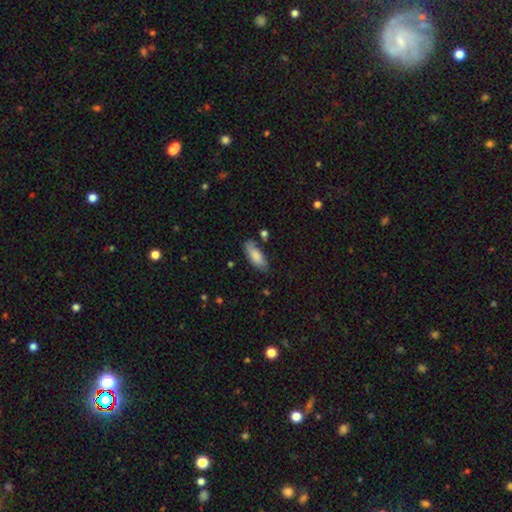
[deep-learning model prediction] This appears to be a smooth galaxy with no disk features (81%) that is in between round and cigar-shaped (76%). Merging: none (73%).